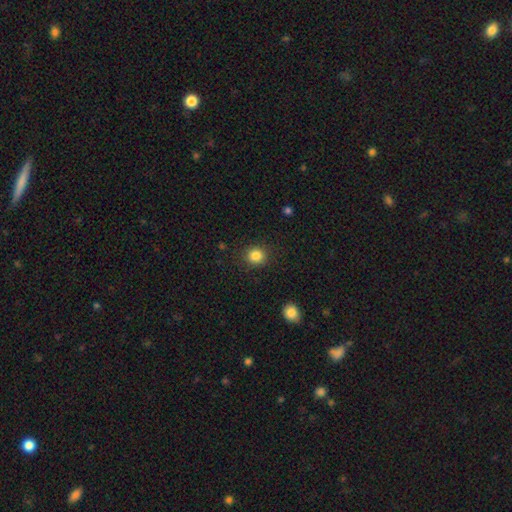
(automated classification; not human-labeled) smooth 85%, star or artifact 11%, featured or disk 4%. Down the decision tree: how rounded — round (85%); merging — none (89%).